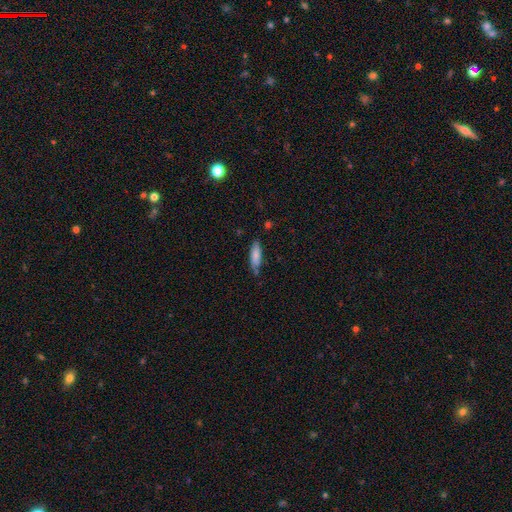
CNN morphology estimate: The model was most divided on "how rounded": cigar-shaped: 50%, in between: 48%, round: 2%. More confident: smooth or featured — smooth (79%); merging — none (69%).